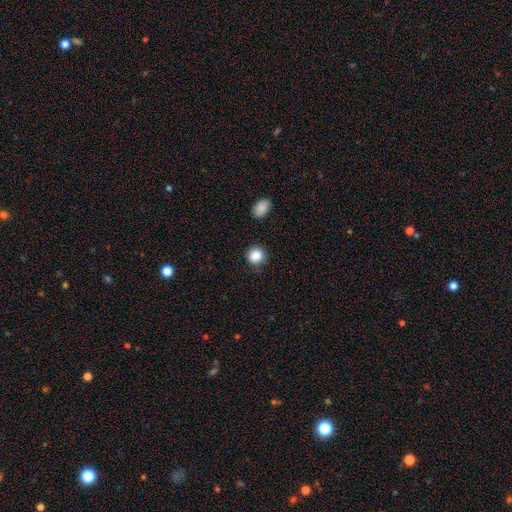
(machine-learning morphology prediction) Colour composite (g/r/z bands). It shows a smooth galaxy with no disk features (87%) that is round (90%). Merging: none (87%).